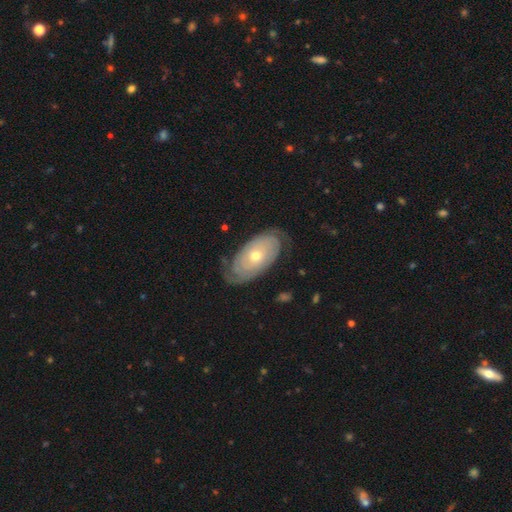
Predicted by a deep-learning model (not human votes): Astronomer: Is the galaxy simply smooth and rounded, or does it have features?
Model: featured or disk — 75%.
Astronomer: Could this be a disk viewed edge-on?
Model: no — 93%.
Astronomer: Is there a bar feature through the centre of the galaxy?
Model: no — 84%.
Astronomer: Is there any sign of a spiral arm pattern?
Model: yes — 87%.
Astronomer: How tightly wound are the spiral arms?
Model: tight — 73%.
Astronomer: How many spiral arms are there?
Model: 2 — 59%.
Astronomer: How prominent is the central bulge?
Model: moderate — 53% (runner-up: small, 43%).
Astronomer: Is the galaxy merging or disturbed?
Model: none — 76%.